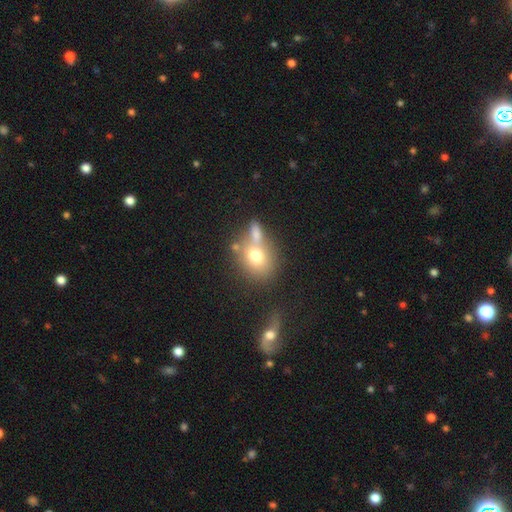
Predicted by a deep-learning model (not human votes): This is likely a smooth galaxy (72%). How rounded: likely round (62%). Merging: possibly none (45%).